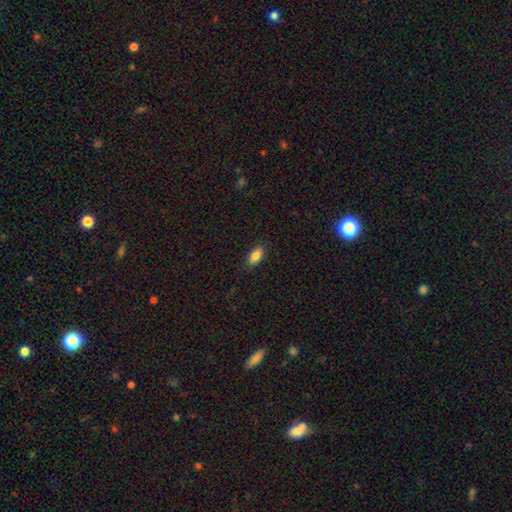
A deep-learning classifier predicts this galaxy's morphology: A smooth galaxy with no disk features (85%) that is in between round and cigar-shaped (90%).

Vote fractions:
- Smooth or featured? smooth: 85% / star or artifact: 8% / featured or disk: 8%
- How rounded? in between: 90% / cigar-shaped: 7% / round: 4%
- Merging? none: 87% / minor disturbance: 10% / major disturbance: 2% / merger: 1%